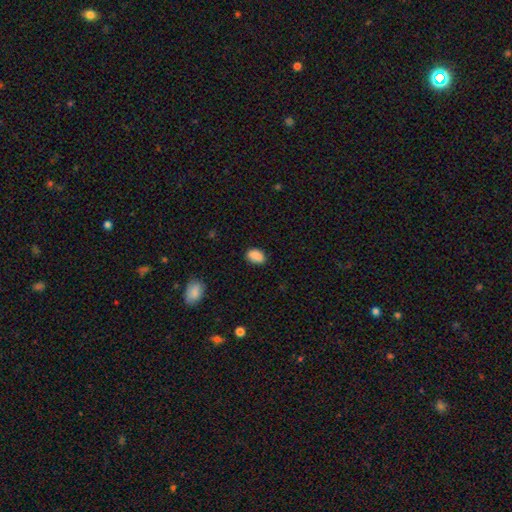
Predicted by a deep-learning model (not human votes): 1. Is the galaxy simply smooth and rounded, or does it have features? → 88% smooth, 8% star or artifact, 4% featured or disk.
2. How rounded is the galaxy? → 87% in between, 11% round, 2% cigar-shaped.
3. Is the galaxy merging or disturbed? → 82% none, 14% minor disturbance, 3% major disturbance, 1% merger.